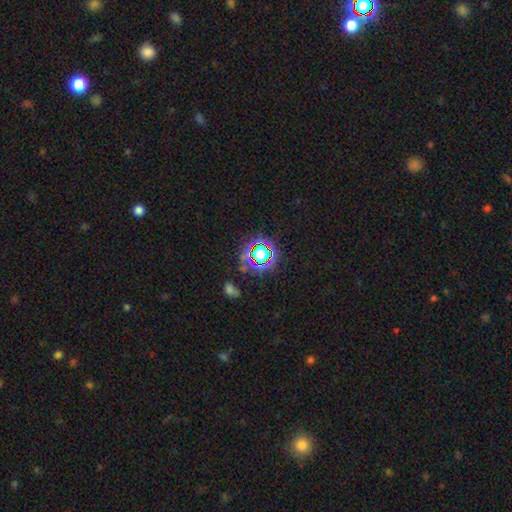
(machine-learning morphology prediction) smooth_or_featured: star or artifact (p=0.73) [alt: smooth p=0.16]